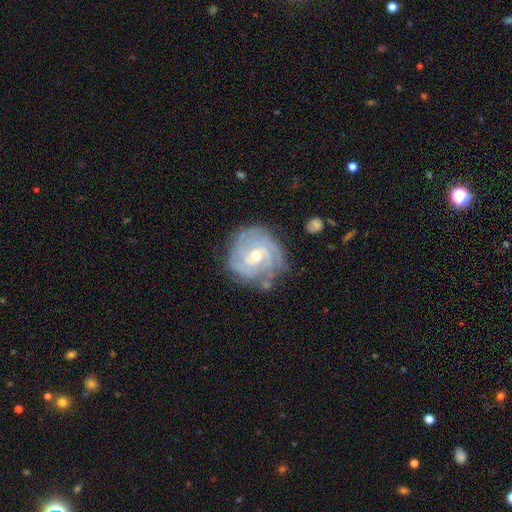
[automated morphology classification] featured or disk 85%, smooth 10%, star or artifact 6%. Down the decision tree: edge-on disk — no (97%); bar — no (49%); spiral arms — yes (95%); spiral arm count — 3 (30%); spiral winding — tight (74%); bulge size — moderate (65%); merging — none (76%).